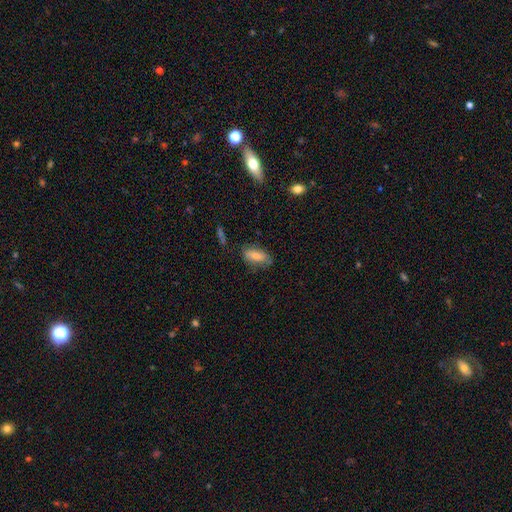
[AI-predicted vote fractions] Smooth or featured: smooth — 78% (featured or disk — 15%)
How rounded: in between — 85% (cigar-shaped — 11%)
Merging: none — 69% (minor disturbance — 23%)